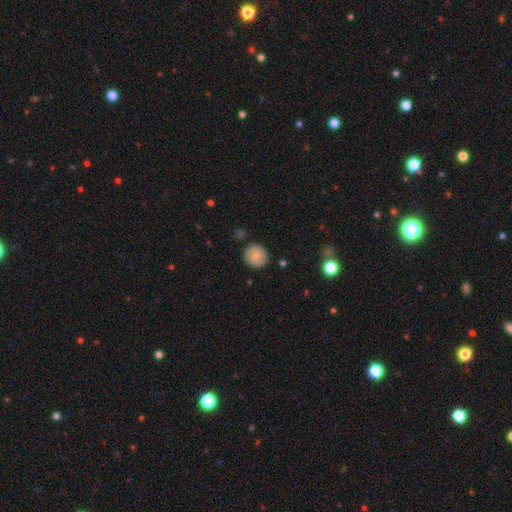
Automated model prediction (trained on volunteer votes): Q: Smooth or featured?
A: smooth (77%); runner-up: featured or disk (15%)
Q: How rounded?
A: round (84%); runner-up: in between (15%)
Q: Merging?
A: none (85%); runner-up: minor disturbance (11%)